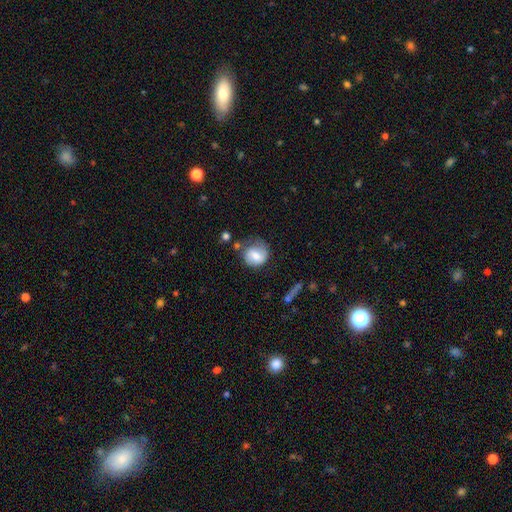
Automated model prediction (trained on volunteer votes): Smooth or featured? smooth (59%)
How rounded? round (79%)
Merging? none (58%)